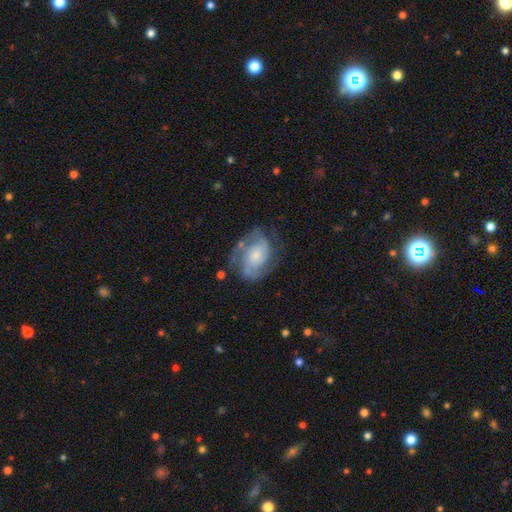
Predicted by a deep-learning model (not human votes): Q: Smooth or featured?
A: featured or disk (80%); runner-up: smooth (14%)
Q: Edge-on disk?
A: no (97%); runner-up: yes (3%)
Q: Bar?
A: no (61%); runner-up: weak (32%)
Q: Spiral arms?
A: yes (94%); runner-up: no (6%)
Q: Spiral winding?
A: medium (45%); runner-up: tight (41%)
Q: Spiral arm count?
A: 2 (69%); runner-up: can't tell (13%)
Q: Bulge size?
A: small (46%); runner-up: moderate (37%)
Q: Merging?
A: none (64%); runner-up: minor disturbance (21%)